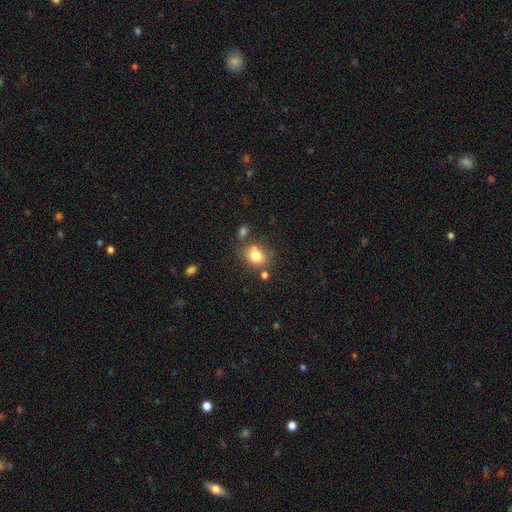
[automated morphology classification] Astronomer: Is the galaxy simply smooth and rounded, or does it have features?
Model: smooth — 79%.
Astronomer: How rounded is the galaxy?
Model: round — 51% (runner-up: in between, 48%).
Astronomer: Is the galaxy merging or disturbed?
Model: none — 64%.